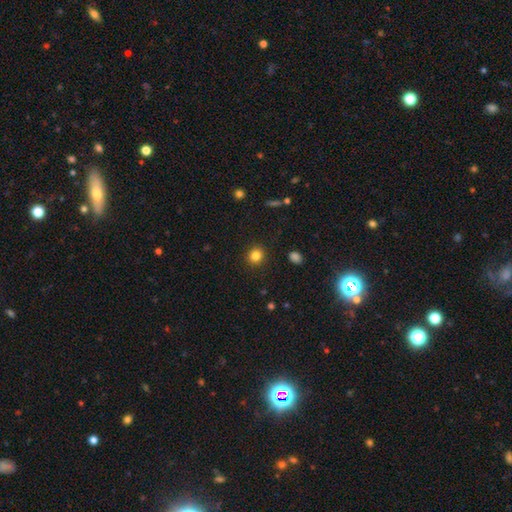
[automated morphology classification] smooth_or_featured: smooth (p=0.83) [alt: star or artifact p=0.12]
how_rounded: round (p=0.82) [alt: in between p=0.17]
merging: none (p=0.91) [alt: minor disturbance p=0.06]